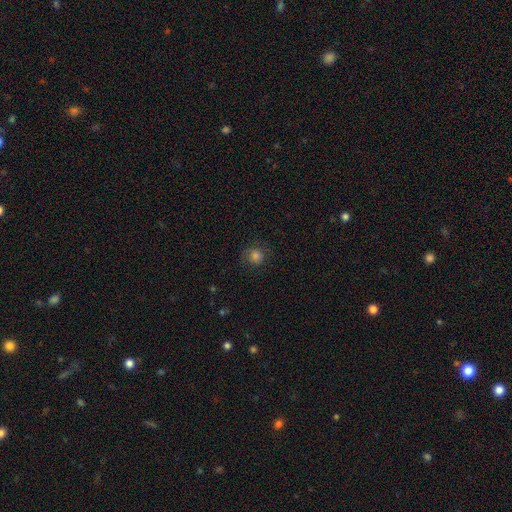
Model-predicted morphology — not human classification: A smooth galaxy with no disk features (81%) that is round (86%). Merging: none (78%).